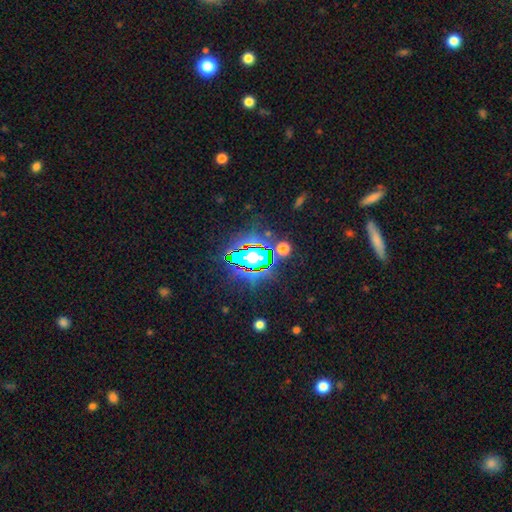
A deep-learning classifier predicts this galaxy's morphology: smooth-or-featured: star or artifact: 67% | smooth: 20% | featured or disk: 13%